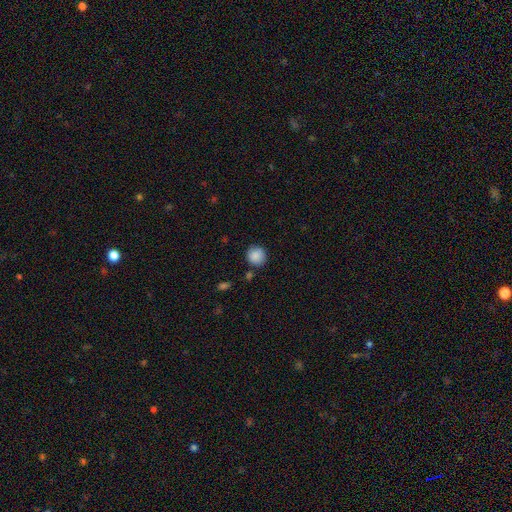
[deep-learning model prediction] A smooth galaxy with no disk features (88%) that is round (91%).

Vote fractions:
- Smooth or featured? smooth: 88% / star or artifact: 8% / featured or disk: 4%
- How rounded? round: 91% / in between: 8% / cigar-shaped: 1%
- Merging? none: 82% / minor disturbance: 11% / merger: 4% / major disturbance: 3%